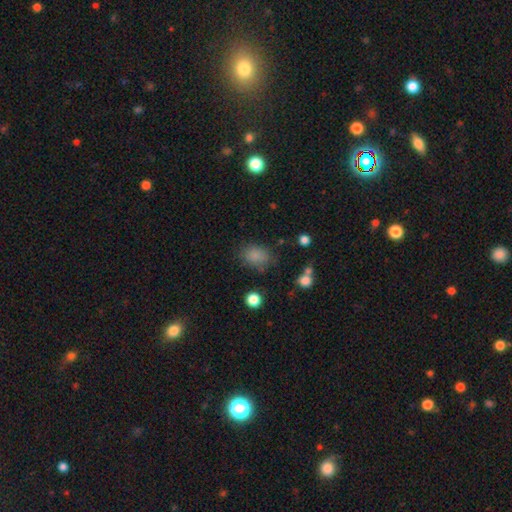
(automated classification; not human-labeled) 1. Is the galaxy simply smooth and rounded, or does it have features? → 82% smooth, 12% star or artifact, 6% featured or disk.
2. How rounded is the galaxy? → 66% in between, 32% round, 1% cigar-shaped.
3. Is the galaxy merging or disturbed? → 73% none, 17% minor disturbance, 6% major disturbance, 4% merger.